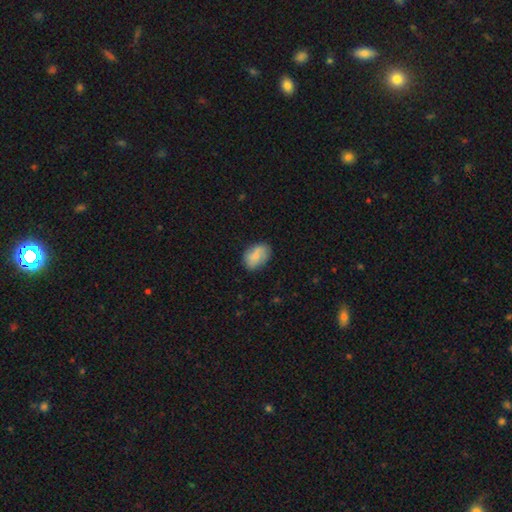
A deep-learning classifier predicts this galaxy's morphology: Smooth or featured: smooth — 68% (featured or disk — 25%)
How rounded: in between — 80% (round — 18%)
Merging: none — 76% (minor disturbance — 19%)